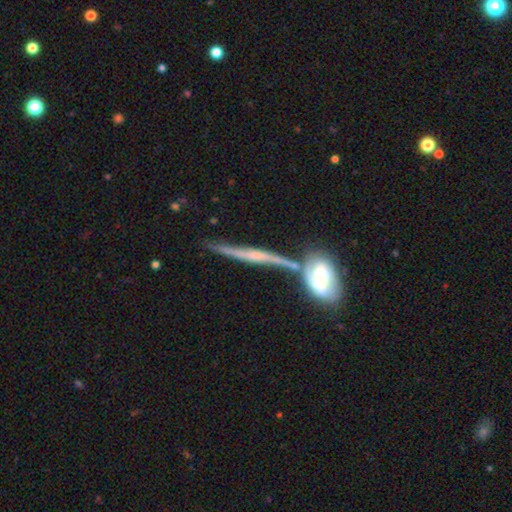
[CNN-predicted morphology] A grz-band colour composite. It shows a featured or disk galaxy (73%) viewed edge-on (90%) with a rounded central bulge (44%). Merging: none (58%).